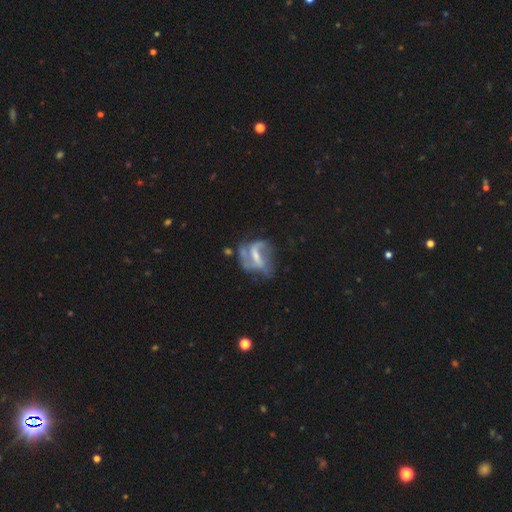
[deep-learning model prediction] Smooth or featured? featured or disk (72%)
Edge-on disk? no (96%)
Bar? weak (43%)
Spiral arms? yes (71%)
Bulge size? small (38%)
Merging? none (37%)